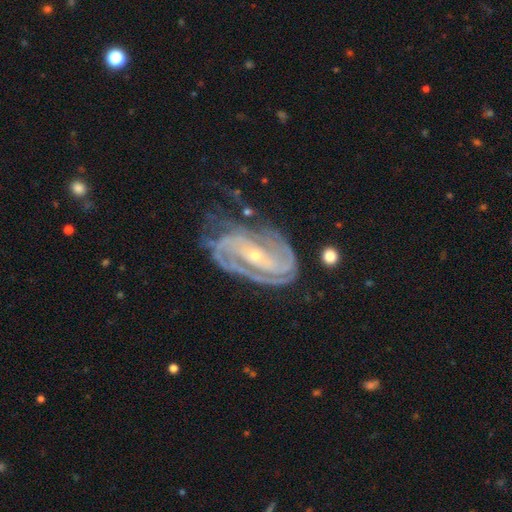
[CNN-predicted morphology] type=featured or disk (90%); edge-on=no (96%); bar=no (35%); spiral arms=yes (97%); winding=tight (63%); arm count=2 (45%); bulge=small (75%); merging=none (58%).